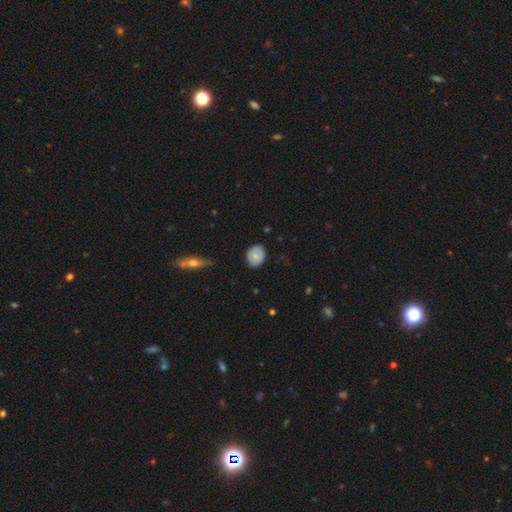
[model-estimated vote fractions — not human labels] smooth_or_featured: smooth (p=0.67) [alt: featured or disk p=0.26]
how_rounded: round (p=0.56) [alt: in between p=0.42]
merging: none (p=0.81) [alt: minor disturbance p=0.15]